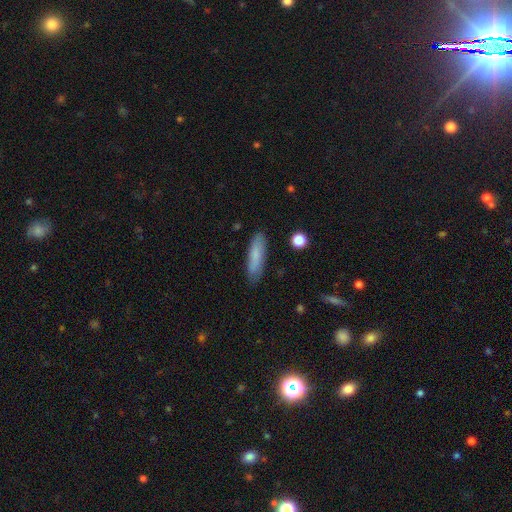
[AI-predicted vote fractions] smooth_or_featured: smooth (p=0.80) [alt: featured or disk p=0.14]
how_rounded: cigar-shaped (p=0.69) [alt: in between p=0.30]
merging: none (p=0.85) [alt: minor disturbance p=0.12]